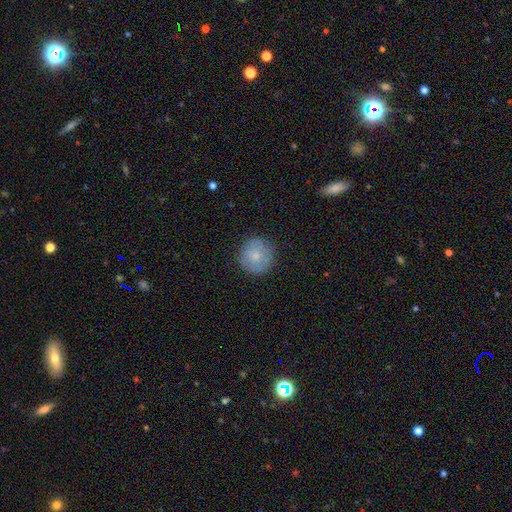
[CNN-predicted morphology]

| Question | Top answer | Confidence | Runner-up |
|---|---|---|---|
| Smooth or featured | smooth | 75% | featured or disk (18%) |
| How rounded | round | 92% | in between (7%) |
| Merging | none | 83% | minor disturbance (13%) |